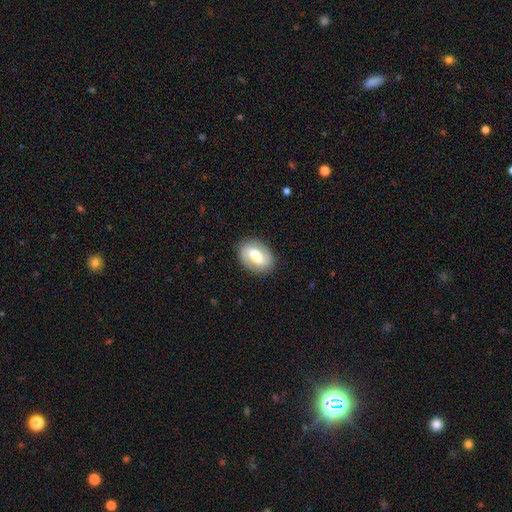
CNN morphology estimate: smooth_or_featured: featured or disk (p=0.59) [alt: smooth p=0.35]
disk_edge_on: no (p=0.96) [alt: yes p=0.04]
bar: weak (p=0.42) [alt: strong p=0.35]
has_spiral_arms: yes (p=0.73) [alt: no p=0.27]
bulge_size: moderate (p=0.55) [alt: large p=0.27]
merging: none (p=0.85) [alt: minor disturbance p=0.10]